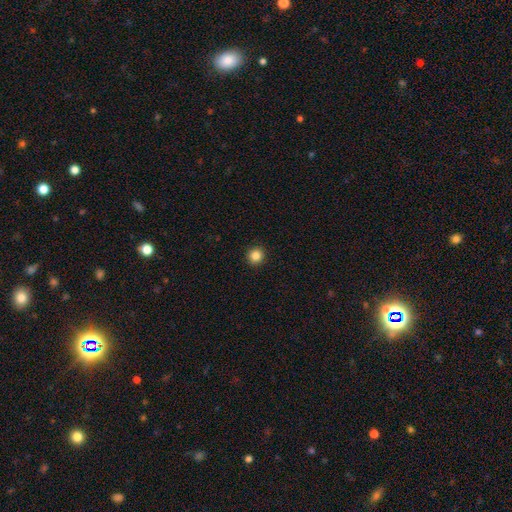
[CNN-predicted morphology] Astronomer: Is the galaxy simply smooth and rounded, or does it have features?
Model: smooth — 85%.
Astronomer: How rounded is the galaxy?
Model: round — 94%.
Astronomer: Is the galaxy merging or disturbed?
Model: none — 93%.